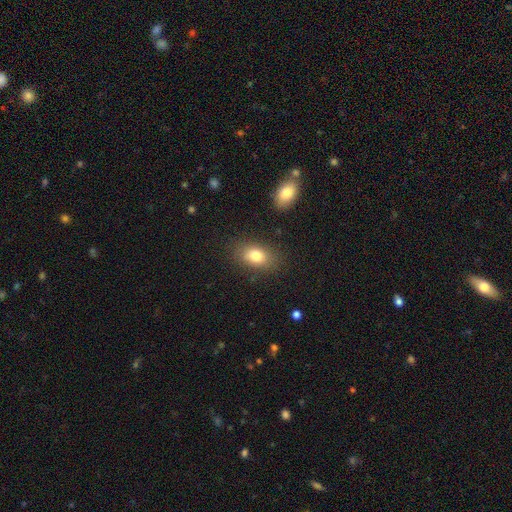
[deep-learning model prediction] A smooth galaxy with no disk features (80%) that is in between round and cigar-shaped (82%). Merging: none (82%).